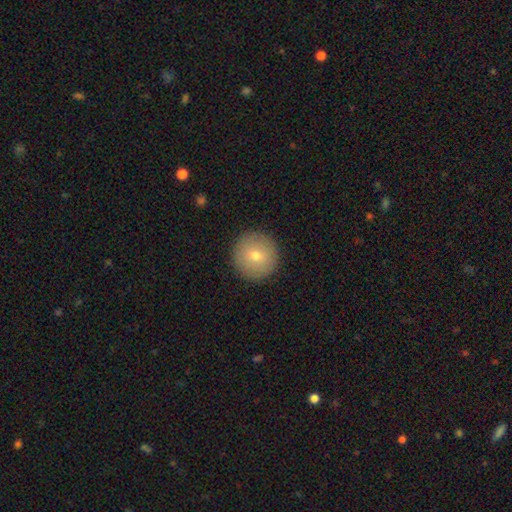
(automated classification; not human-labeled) Smooth or featured: smooth — 73% (featured or disk — 18%)
How rounded: round — 96% (in between — 4%)
Merging: none — 92% (minor disturbance — 5%)